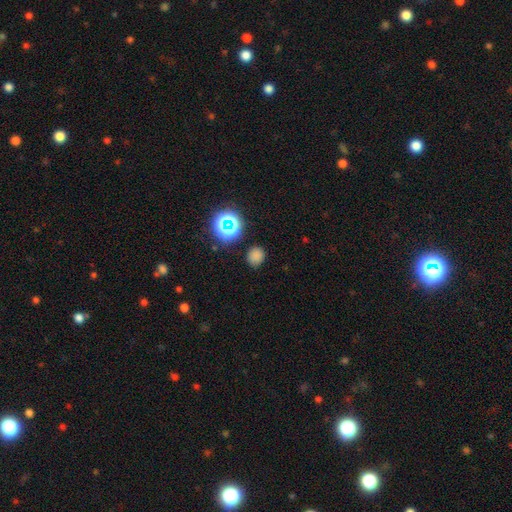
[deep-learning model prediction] smooth 73%, star or artifact 21%, featured or disk 5%. Down the decision tree: how rounded — round (74%); merging — none (82%).